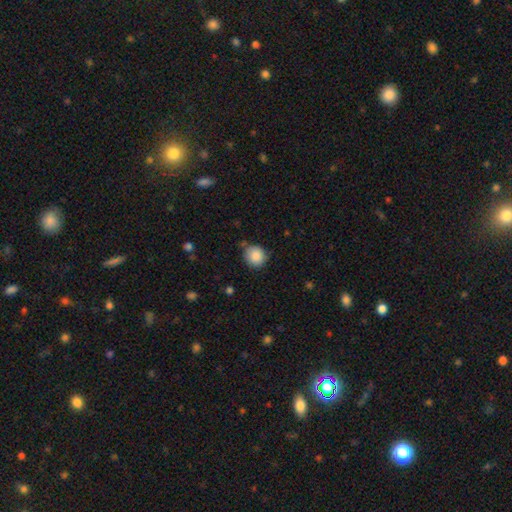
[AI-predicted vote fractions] Smooth or featured: smooth — 87% (star or artifact — 8%)
How rounded: round — 89% (in between — 10%)
Merging: none — 79% (minor disturbance — 15%)